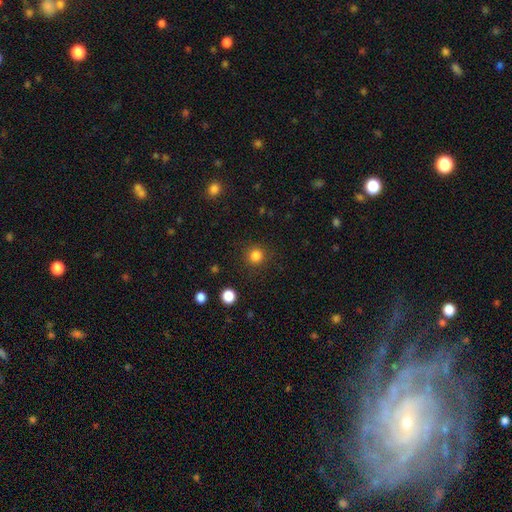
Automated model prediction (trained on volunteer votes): A smooth galaxy with no disk features (83%) that is round (92%).

Vote fractions:
- Smooth or featured? smooth: 83% / star or artifact: 13% / featured or disk: 4%
- How rounded? round: 92% / in between: 7% / cigar-shaped: 1%
- Merging? none: 88% / minor disturbance: 7% / major disturbance: 3% / merger: 1%